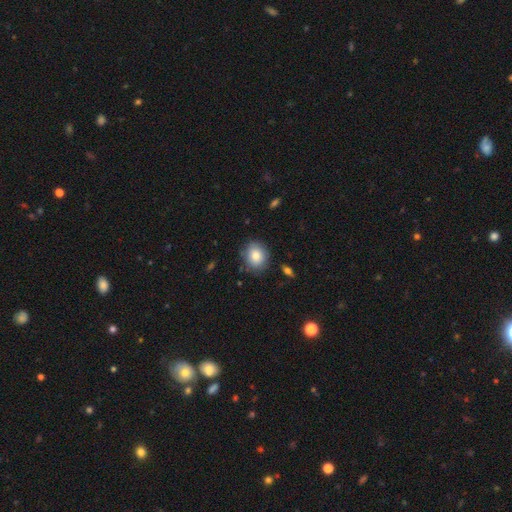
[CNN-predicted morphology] type=smooth (80%); roundness=round (68%); merging=none (82%).